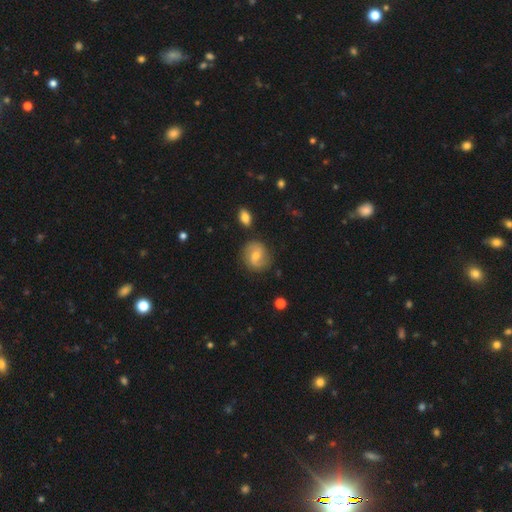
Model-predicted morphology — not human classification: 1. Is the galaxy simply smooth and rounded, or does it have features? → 62% featured or disk, 31% smooth, 8% star or artifact.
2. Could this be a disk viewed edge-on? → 97% no, 3% yes.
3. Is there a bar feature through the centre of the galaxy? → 46% weak, 44% no, 10% strong.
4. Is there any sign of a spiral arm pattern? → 89% yes, 11% no.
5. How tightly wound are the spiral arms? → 44% medium, 33% loose, 23% tight.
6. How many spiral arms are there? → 85% 2, 9% can't tell, 3% 1, 2% 3, 1% 4, 1% more than 4.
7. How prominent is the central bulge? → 51% moderate, 43% small, 2% large, 2% none, 1% dominant.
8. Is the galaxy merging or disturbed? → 80% none, 13% minor disturbance, 4% major disturbance, 3% merger.